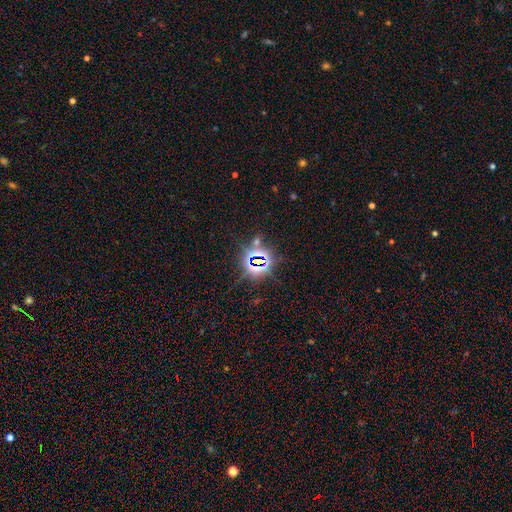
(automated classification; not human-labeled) Overall: star or artifact (80%).